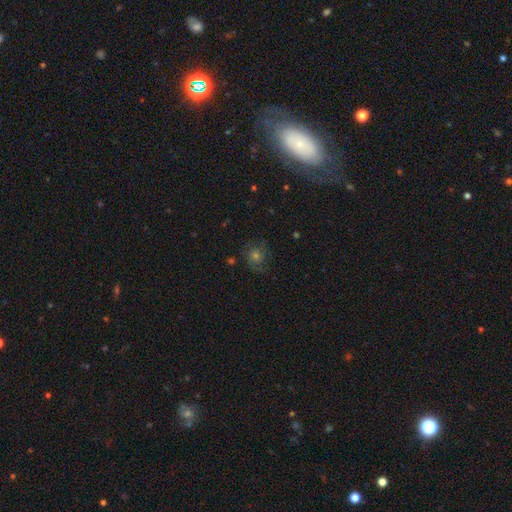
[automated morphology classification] Smooth or featured?
  - featured or disk: 40% *
  - smooth: 33%
  - star or artifact: 27%
Merging?
  - none: 72% *
  - minor disturbance: 15%
  - major disturbance: 11%
  - merger: 2%